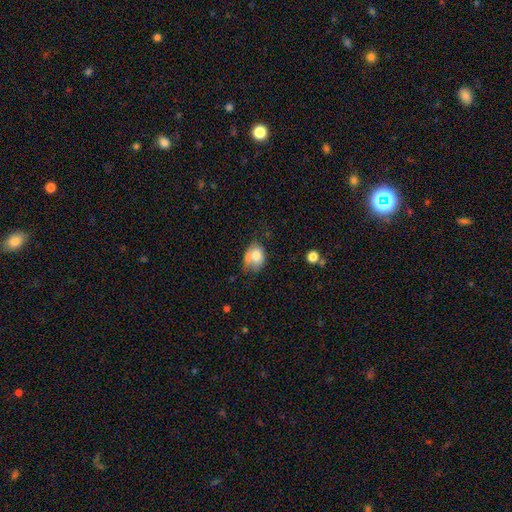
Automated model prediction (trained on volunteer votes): A smooth galaxy with no disk features (72%) that is in between round and cigar-shaped (61%).

Vote fractions:
- Smooth or featured? smooth: 72% / featured or disk: 19% / star or artifact: 9%
- How rounded? in between: 61% / round: 38% / cigar-shaped: 1%
- Merging? none: 35% / minor disturbance: 33% / merger: 16% / major disturbance: 16%